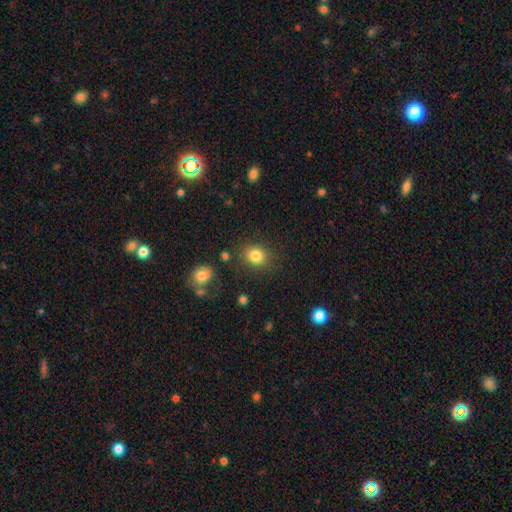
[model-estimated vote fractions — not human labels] Q: Smooth or featured?
A: smooth (84%); runner-up: star or artifact (11%)
Q: How rounded?
A: round (68%); runner-up: in between (31%)
Q: Merging?
A: none (82%); runner-up: minor disturbance (10%)